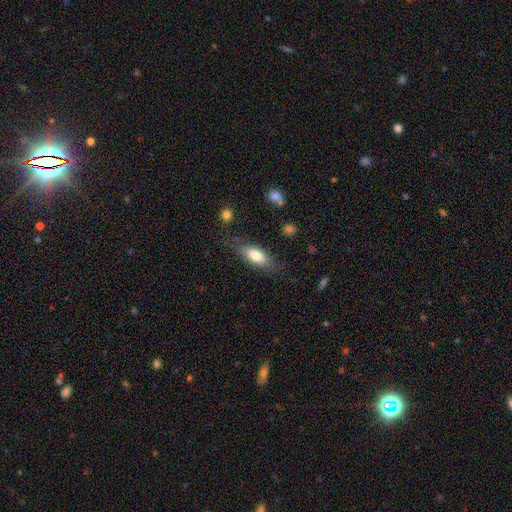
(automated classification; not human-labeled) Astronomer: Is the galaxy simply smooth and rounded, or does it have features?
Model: smooth — 74%.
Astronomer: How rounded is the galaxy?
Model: in between — 70%.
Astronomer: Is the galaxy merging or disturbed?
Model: none — 73%.